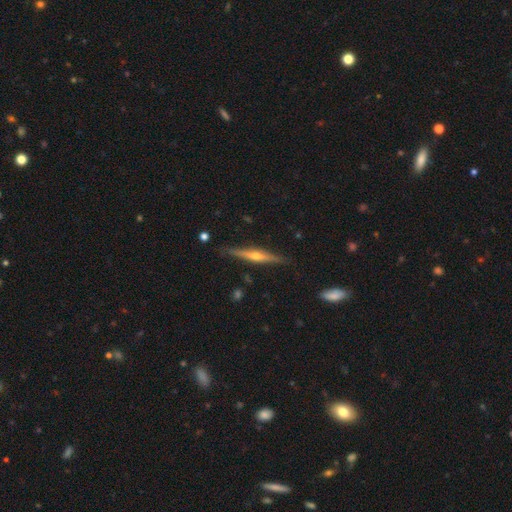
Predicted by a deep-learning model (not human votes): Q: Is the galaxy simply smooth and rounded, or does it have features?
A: featured or disk — 72%.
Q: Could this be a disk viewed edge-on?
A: yes — 97%.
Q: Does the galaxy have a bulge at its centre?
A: rounded — 86%.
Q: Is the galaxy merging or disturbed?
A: none — 87%.